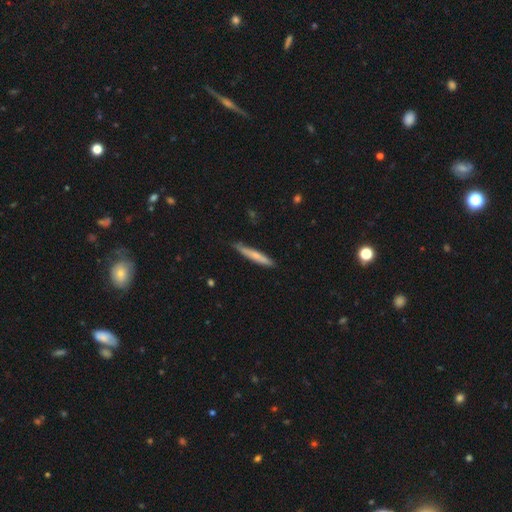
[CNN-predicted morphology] A smooth galaxy with no disk features (63%) that is cigar-shaped (94%). Merging: none (81%).